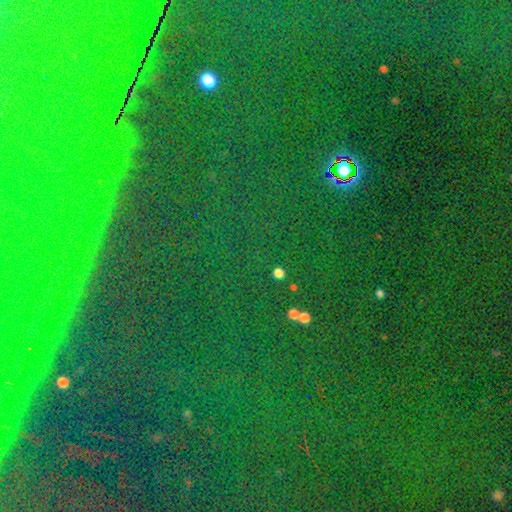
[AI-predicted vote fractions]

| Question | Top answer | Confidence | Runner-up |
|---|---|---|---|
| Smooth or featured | star or artifact | 79% | smooth (11%) |